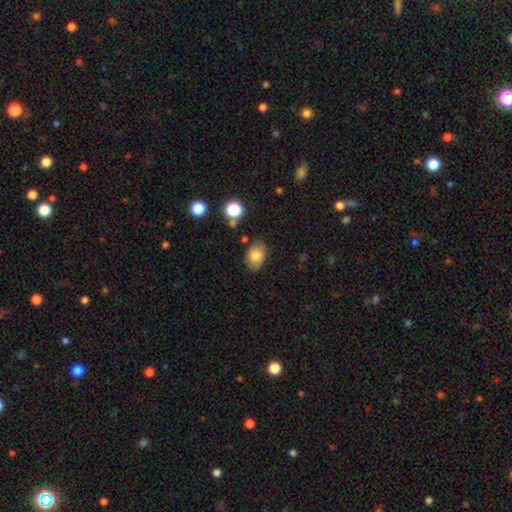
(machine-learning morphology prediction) Smooth or featured: smooth — 78% (featured or disk — 14%)
How rounded: in between — 81% (round — 18%)
Merging: none — 75% (minor disturbance — 18%)